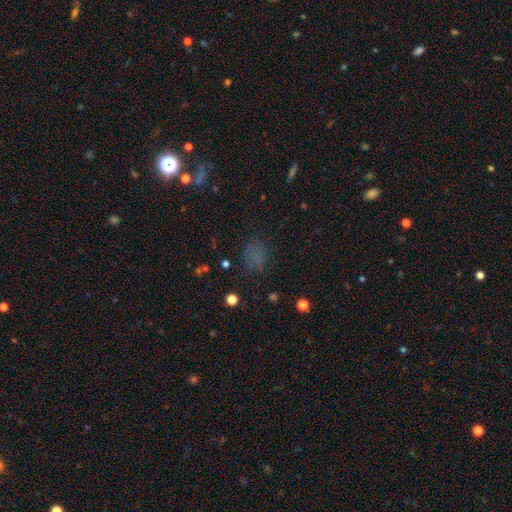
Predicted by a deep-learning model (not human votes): Smooth or featured? Predicted: smooth (p=0.64). How rounded? Predicted: in between (p=0.53). Merging? Predicted: none (p=0.71).